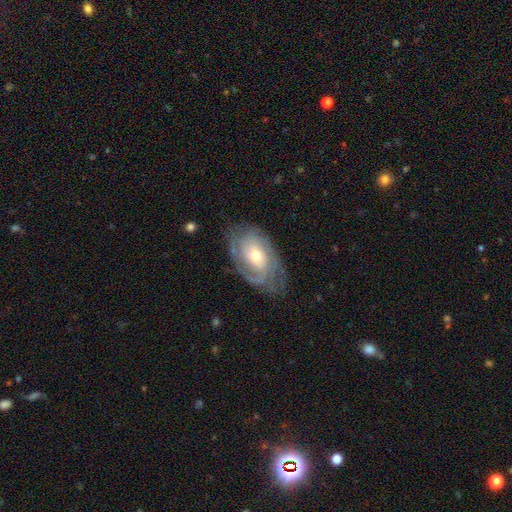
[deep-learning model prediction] This is likely a featured or disk galaxy (78%). It is clearly not viewed edge-on (94%). Bar: likely no (68%). Spiral arm pattern: clearly yes (90%). Spiral arm count: marginally can't tell (37%). Spiral winding: likely tight (61%). Central bulge: possibly moderate (59%). Merging: likely none (70%).